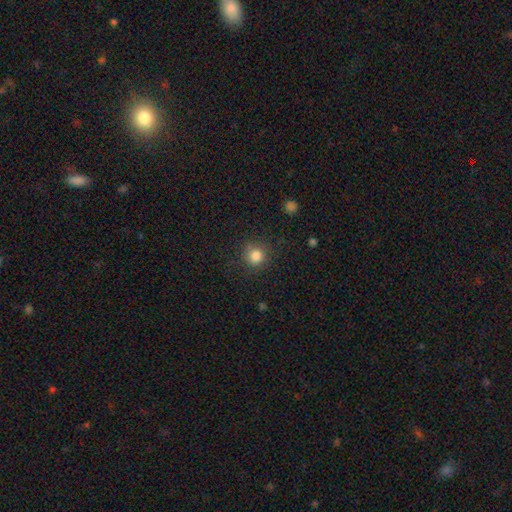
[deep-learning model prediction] smooth-or-featured: smooth: 83% | star or artifact: 11% | featured or disk: 5%
  how-rounded: round: 91% | in between: 8% | cigar-shaped: 1%
  merging: none: 82% | minor disturbance: 12% | major disturbance: 4% | merger: 2%